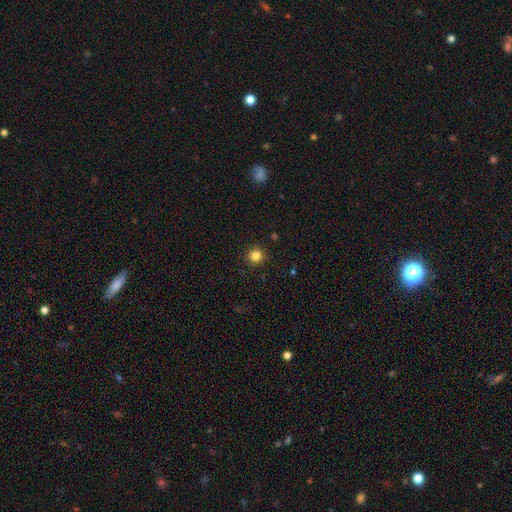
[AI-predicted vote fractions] Morphology: type=smooth (83%); roundness=round (95%); merging=none (92%).